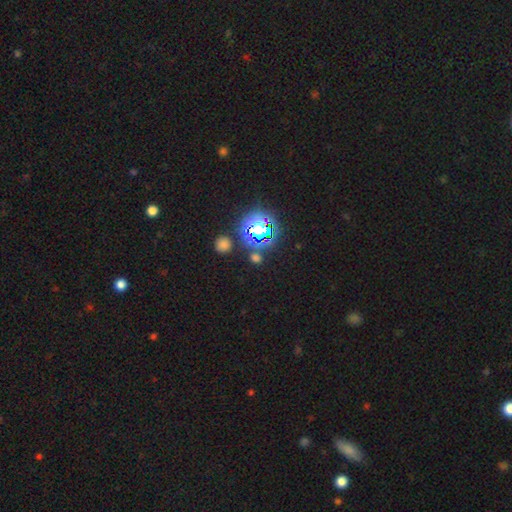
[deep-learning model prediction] smooth-or-featured: star or artifact: 68% | smooth: 25% | featured or disk: 8%